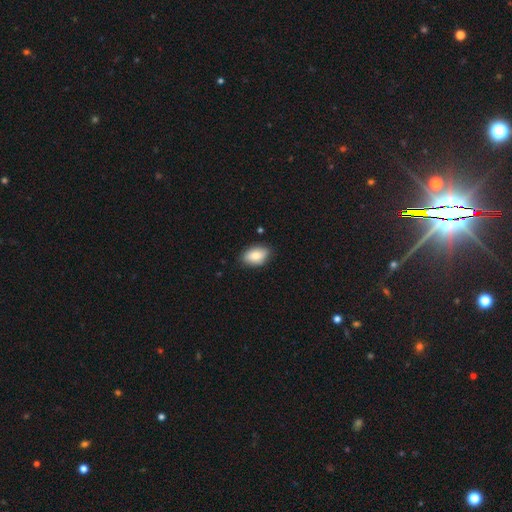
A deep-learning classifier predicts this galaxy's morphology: smooth-or-featured: smooth: 80% | featured or disk: 13% | star or artifact: 7%
  how-rounded: in between: 88% | round: 11% | cigar-shaped: 2%
  merging: none: 82% | minor disturbance: 15% | major disturbance: 2% | merger: 1%